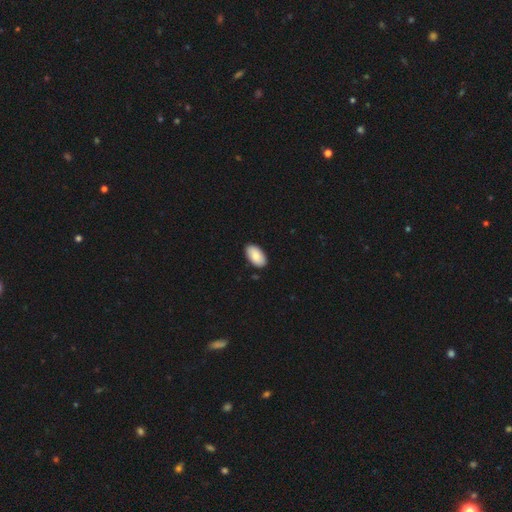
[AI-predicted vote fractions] This appears to be a smooth galaxy with no disk features (84%) that is in between round and cigar-shaped (96%). Merging: none (89%).